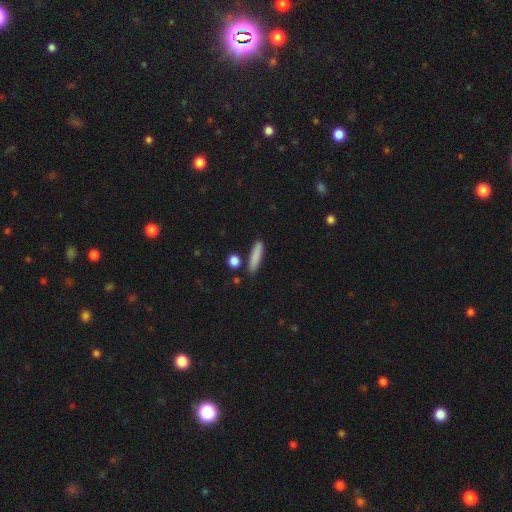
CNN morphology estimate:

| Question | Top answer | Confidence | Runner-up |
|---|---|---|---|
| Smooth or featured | smooth | 84% | featured or disk (9%) |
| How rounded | cigar-shaped | 80% | in between (18%) |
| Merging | none | 82% | minor disturbance (11%) |